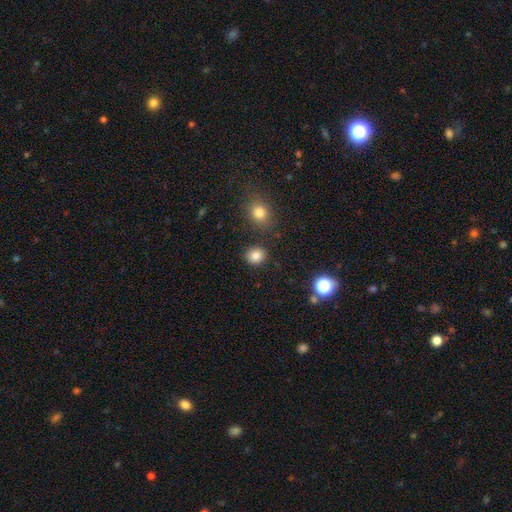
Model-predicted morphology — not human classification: This is clearly a smooth galaxy (83%). How rounded: likely round (80%). Merging: clearly none (87%).